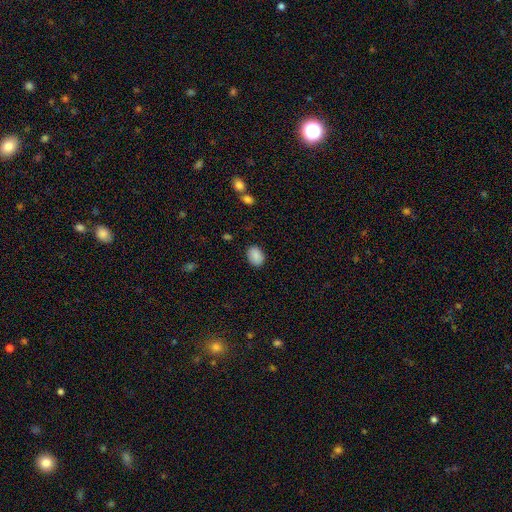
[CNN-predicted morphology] Smooth or featured? Predicted: smooth (p=0.89). How rounded? Predicted: in between (p=0.75). Merging? Predicted: none (p=0.87).